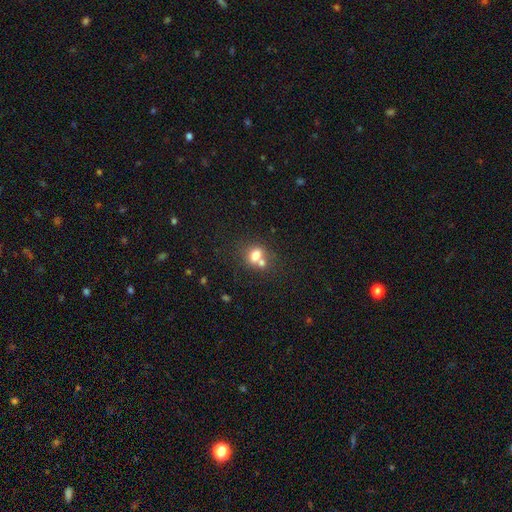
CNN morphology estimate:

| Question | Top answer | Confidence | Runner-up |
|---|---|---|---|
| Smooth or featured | smooth | 72% | featured or disk (16%) |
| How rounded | round | 51% | in between (47%) |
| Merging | merger | 47% | none (39%) |